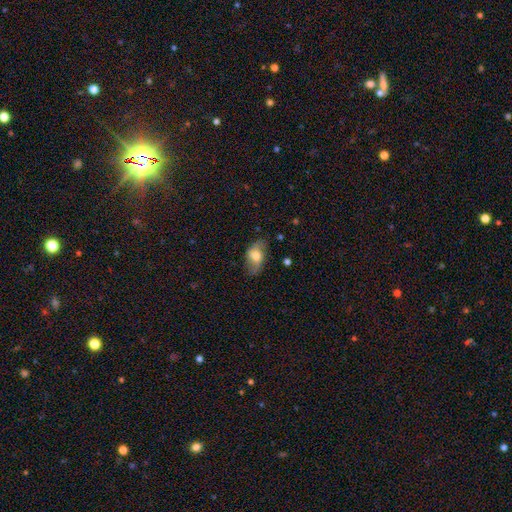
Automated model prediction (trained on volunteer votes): A smooth galaxy with no disk features (59%) that is in between round and cigar-shaped (89%).

Vote fractions:
- Smooth or featured? smooth: 59% / featured or disk: 33% / star or artifact: 8%
- How rounded? in between: 89% / round: 8% / cigar-shaped: 3%
- Merging? none: 69% / minor disturbance: 22% / major disturbance: 7% / merger: 1%